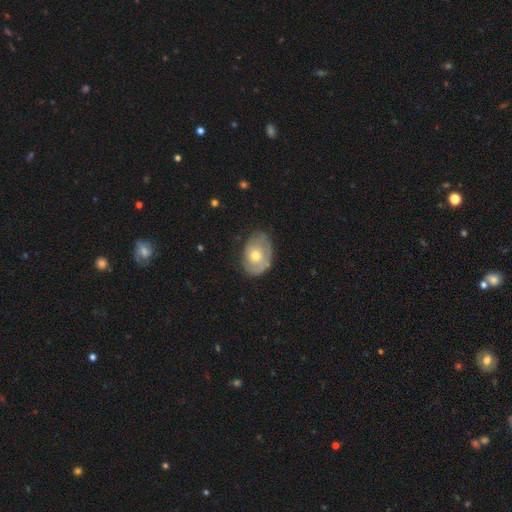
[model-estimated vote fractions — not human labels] Smooth or featured? Predicted: featured or disk (p=0.49). Merging? Predicted: none (p=0.63).